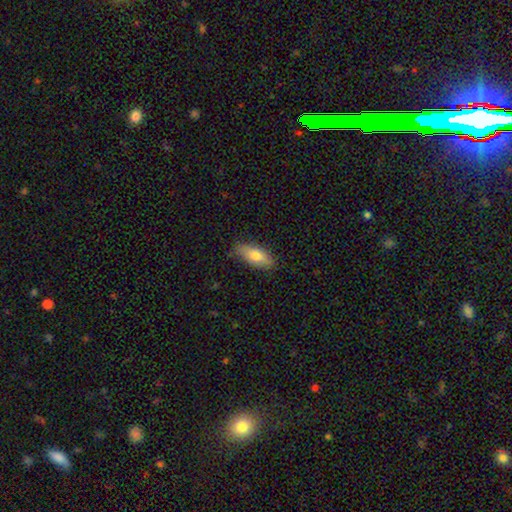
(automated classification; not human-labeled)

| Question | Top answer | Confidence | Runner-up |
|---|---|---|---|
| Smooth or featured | smooth | 76% | featured or disk (18%) |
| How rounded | in between | 80% | cigar-shaped (17%) |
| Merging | none | 77% | minor disturbance (19%) |